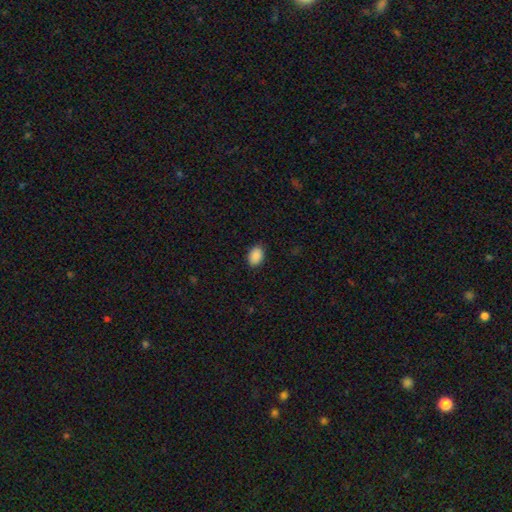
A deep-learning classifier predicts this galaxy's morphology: smooth-or-featured: smooth: 90% | star or artifact: 7% | featured or disk: 2%
  how-rounded: in between: 82% | round: 17% | cigar-shaped: 1%
  merging: none: 88% | minor disturbance: 9% | major disturbance: 2% | merger: 1%